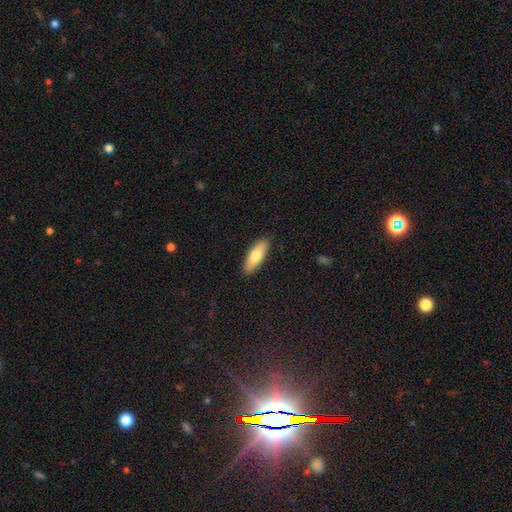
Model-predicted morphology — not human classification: This appears to be a smooth galaxy with no disk features (77%) that is in between round and cigar-shaped (60%). Merging: none (89%).